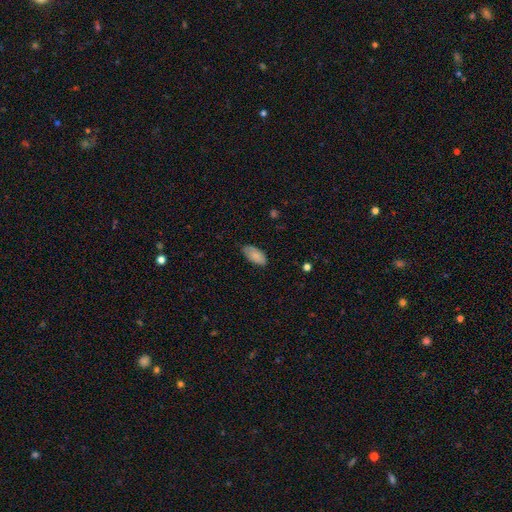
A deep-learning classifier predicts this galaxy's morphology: The model was most divided on "merging": none: 71%, minor disturbance: 24%, major disturbance: 4%, merger: 1%. More confident: how rounded — in between (94%); smooth or featured — smooth (80%).